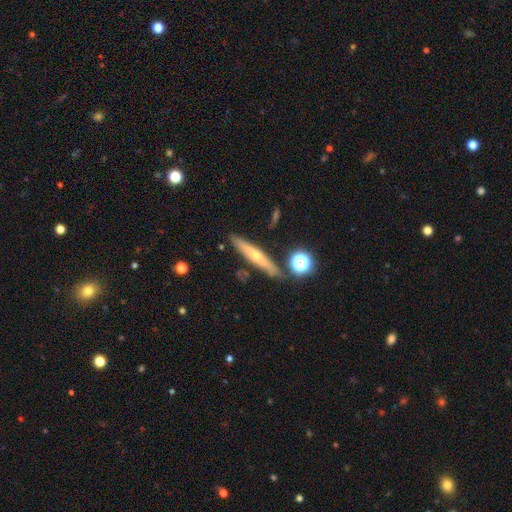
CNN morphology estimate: Smooth or featured? featured or disk (53%)
Edge-on disk? yes (89%)
Merging? none (83%)